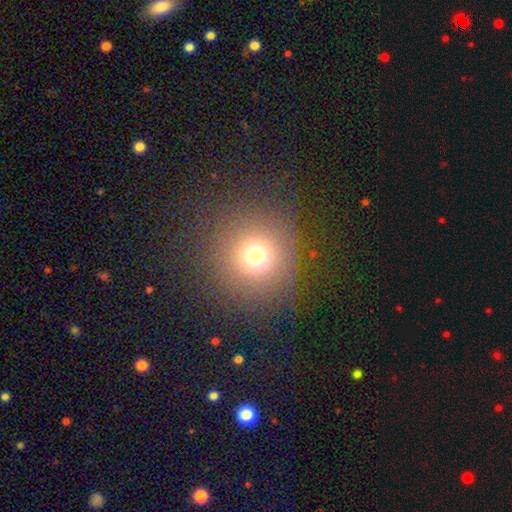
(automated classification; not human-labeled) The model was most divided on "smooth or featured": smooth: 70%, star or artifact: 21%, featured or disk: 9%. More confident: how rounded — round (95%); merging — none (86%).